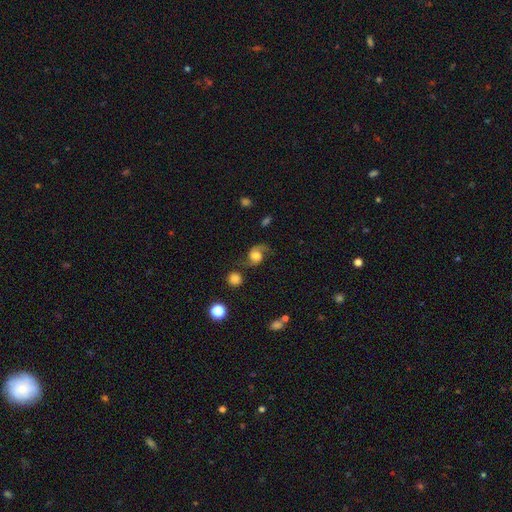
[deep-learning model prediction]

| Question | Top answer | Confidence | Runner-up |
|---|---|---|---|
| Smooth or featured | featured or disk | 68% | smooth (23%) |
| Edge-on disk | no | 97% | yes (3%) |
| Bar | no | 62% | weak (31%) |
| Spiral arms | yes | 94% | no (6%) |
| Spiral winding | loose | 64% | medium (30%) |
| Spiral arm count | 2 | 87% | 1 (7%) |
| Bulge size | large | 40% | moderate (38%) |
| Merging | none | 64% | minor disturbance (18%) |